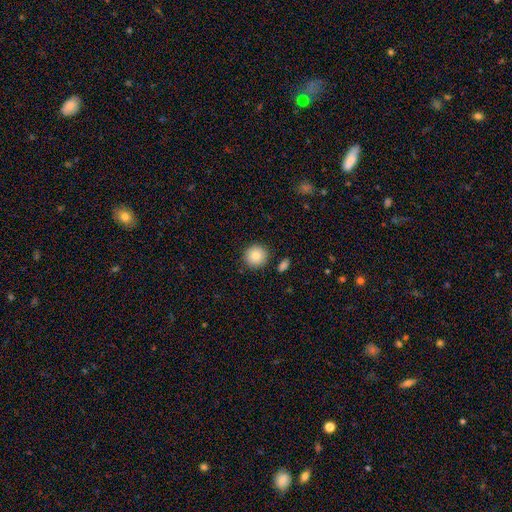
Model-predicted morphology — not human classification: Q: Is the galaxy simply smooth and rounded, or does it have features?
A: smooth — 84%.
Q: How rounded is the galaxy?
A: round — 94%.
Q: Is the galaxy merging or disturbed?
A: none — 88%.